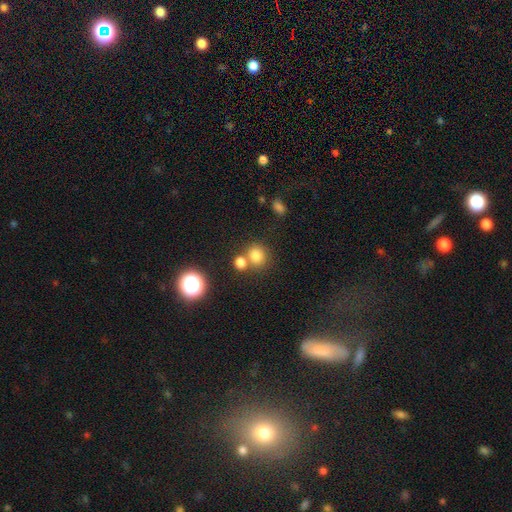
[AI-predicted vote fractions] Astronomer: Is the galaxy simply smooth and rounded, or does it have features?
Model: smooth — 77%.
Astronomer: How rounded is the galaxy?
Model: round — 80%.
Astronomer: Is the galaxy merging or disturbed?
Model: none — 60%.